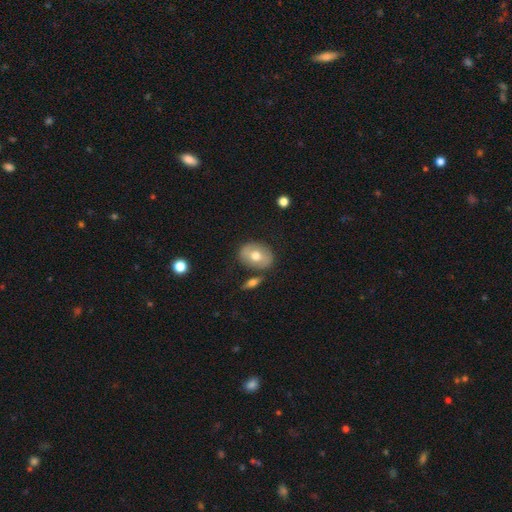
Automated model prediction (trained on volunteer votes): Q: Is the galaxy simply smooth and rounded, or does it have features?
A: smooth — 61%.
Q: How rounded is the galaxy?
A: in between — 67%.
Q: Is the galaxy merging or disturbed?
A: none — 78%.